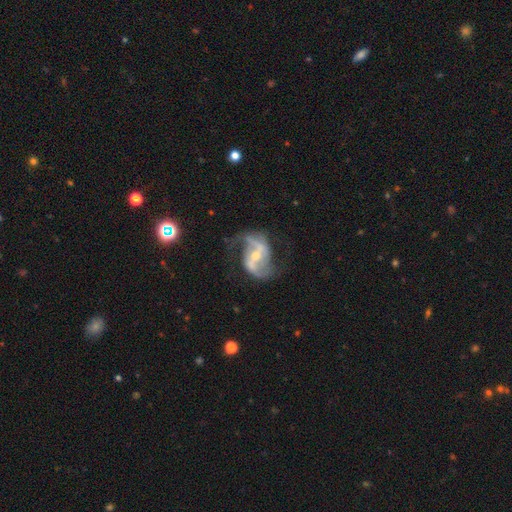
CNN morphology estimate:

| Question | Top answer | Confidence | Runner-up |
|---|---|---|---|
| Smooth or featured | featured or disk | 89% | star or artifact (6%) |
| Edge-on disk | no | 97% | yes (3%) |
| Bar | strong | 44% | weak (36%) |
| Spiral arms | yes | 95% | no (5%) |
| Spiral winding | loose | 55% | medium (36%) |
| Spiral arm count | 2 | 91% | can't tell (3%) |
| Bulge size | small | 48% | moderate (47%) |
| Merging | none | 68% | minor disturbance (17%) |